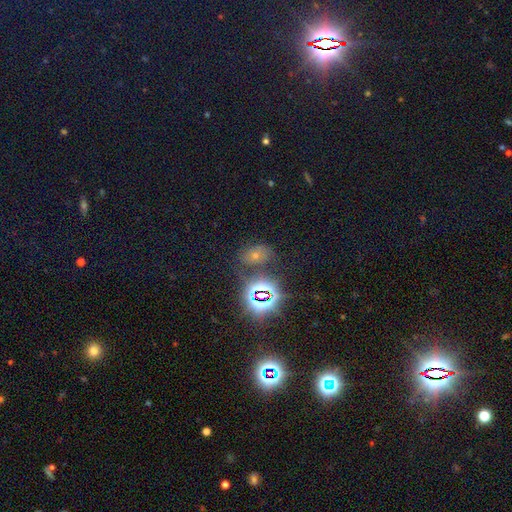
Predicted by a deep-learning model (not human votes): Overall: star or artifact (43%; smooth 40%).